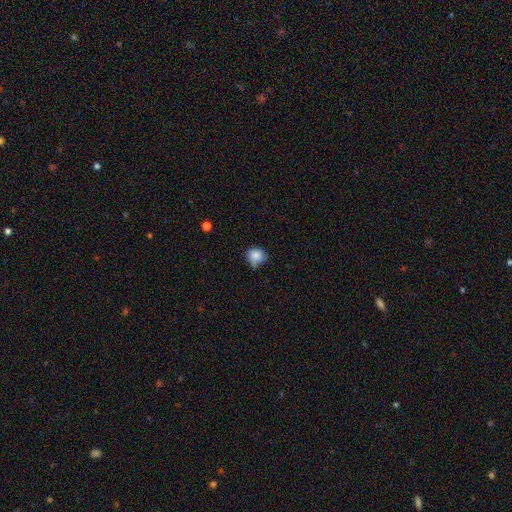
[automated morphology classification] smooth-or-featured: smooth: 85% | star or artifact: 9% | featured or disk: 6%
  how-rounded: round: 79% | in between: 20% | cigar-shaped: 1%
  merging: none: 53% | minor disturbance: 34% | major disturbance: 7% | merger: 6%